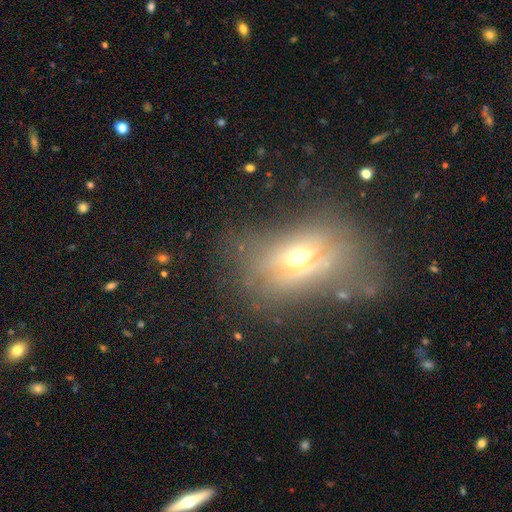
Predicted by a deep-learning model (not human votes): Smooth or featured: smooth — 42% (featured or disk — 37%)
Merging: none — 47% (minor disturbance — 25%)